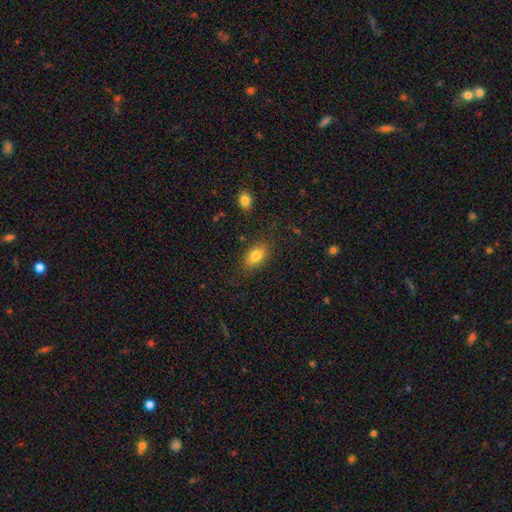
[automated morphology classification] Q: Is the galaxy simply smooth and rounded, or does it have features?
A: smooth — 81%.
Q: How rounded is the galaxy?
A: in between — 85%.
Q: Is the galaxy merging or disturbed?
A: none — 81%.